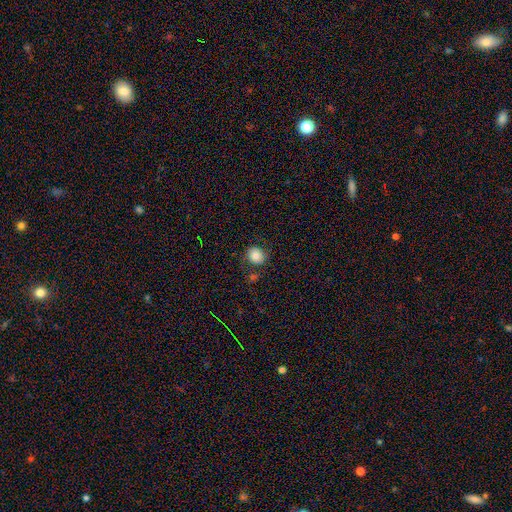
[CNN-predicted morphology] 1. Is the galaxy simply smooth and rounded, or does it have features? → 80% smooth, 10% star or artifact, 10% featured or disk.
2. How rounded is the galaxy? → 69% round, 30% in between, 1% cigar-shaped.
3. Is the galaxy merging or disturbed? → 71% none, 17% minor disturbance, 7% major disturbance, 6% merger.